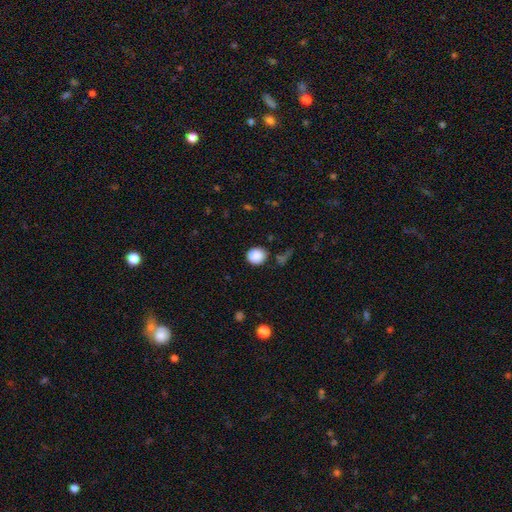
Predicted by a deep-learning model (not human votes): A smooth galaxy with no disk features (88%) that is round (78%). Merging: none (82%).